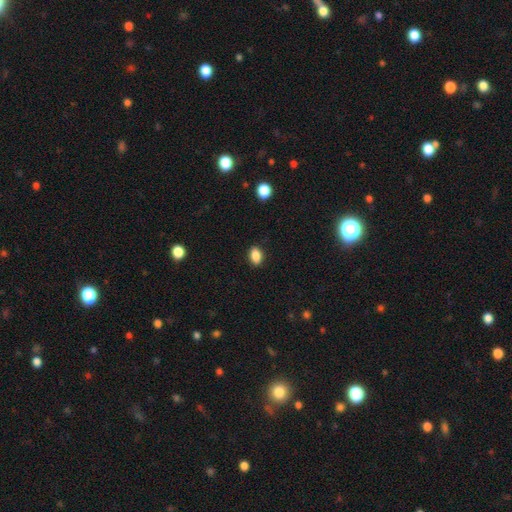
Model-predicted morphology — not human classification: Smooth or featured?
  - smooth: 87% *
  - star or artifact: 9%
  - featured or disk: 4%
How rounded?
  - in between: 85% *
  - round: 13%
  - cigar-shaped: 2%
Merging?
  - none: 88% *
  - minor disturbance: 8%
  - major disturbance: 2%
  - merger: 1%